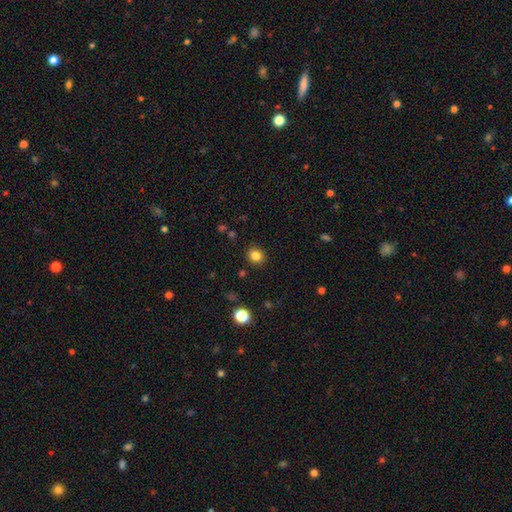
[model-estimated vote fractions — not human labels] Smooth or featured? Predicted: smooth (p=0.83). How rounded? Predicted: round (p=0.77). Merging? Predicted: none (p=0.89).